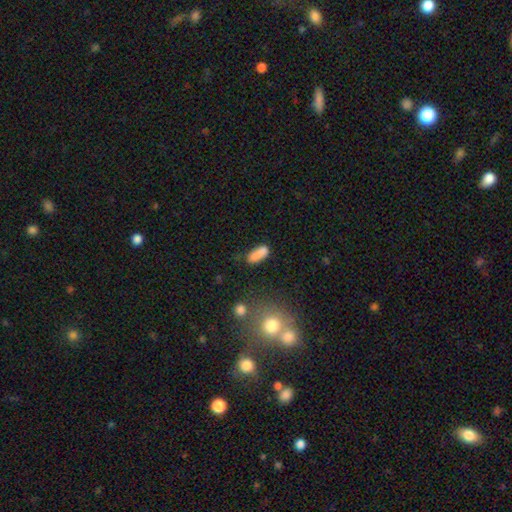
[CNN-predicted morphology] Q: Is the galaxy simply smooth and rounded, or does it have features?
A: smooth — 83%.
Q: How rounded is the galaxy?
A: in between — 62%.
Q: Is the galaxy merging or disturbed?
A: none — 63%.